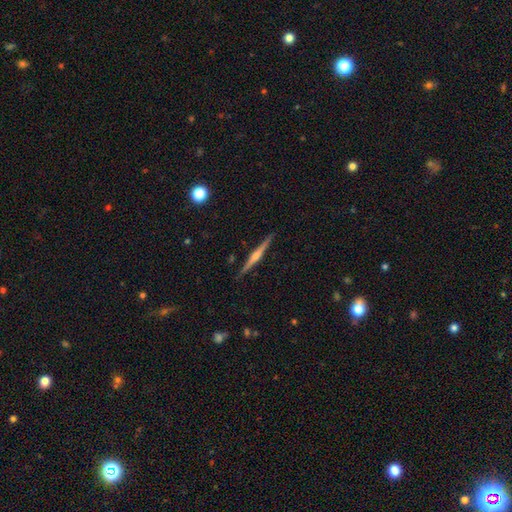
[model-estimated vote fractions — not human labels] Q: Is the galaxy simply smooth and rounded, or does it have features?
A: featured or disk — 78%.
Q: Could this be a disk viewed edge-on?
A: yes — 98%.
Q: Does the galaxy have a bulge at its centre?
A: rounded — 78%.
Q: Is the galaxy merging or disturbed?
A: none — 91%.